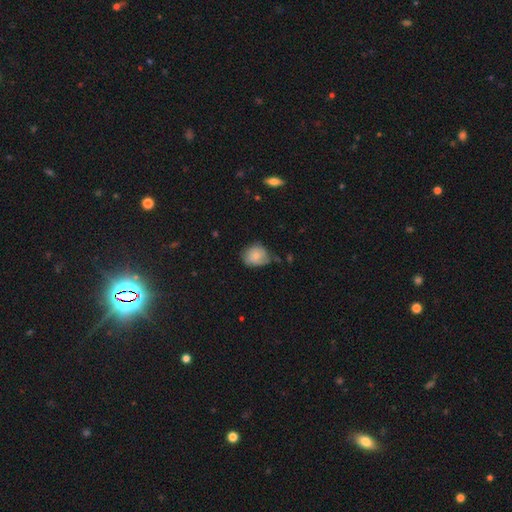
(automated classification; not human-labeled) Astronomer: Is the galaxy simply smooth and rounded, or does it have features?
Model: smooth — 75%.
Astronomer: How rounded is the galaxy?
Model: round — 65%.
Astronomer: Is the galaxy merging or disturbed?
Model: none — 54% (runner-up: minor disturbance, 36%).